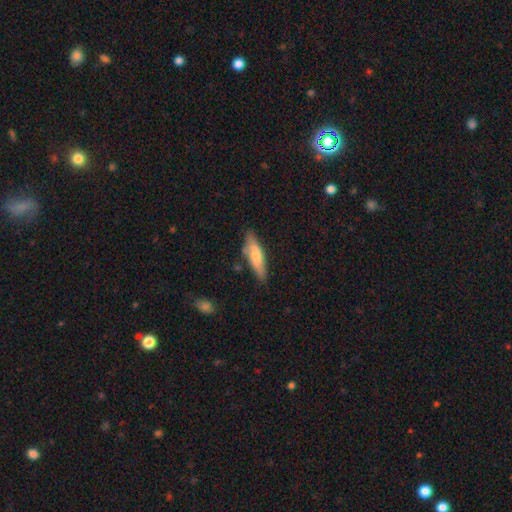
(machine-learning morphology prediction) Overall: smooth (68%). How rounded: cigar-shaped (63%; in between 35%). Merging: none (74%).